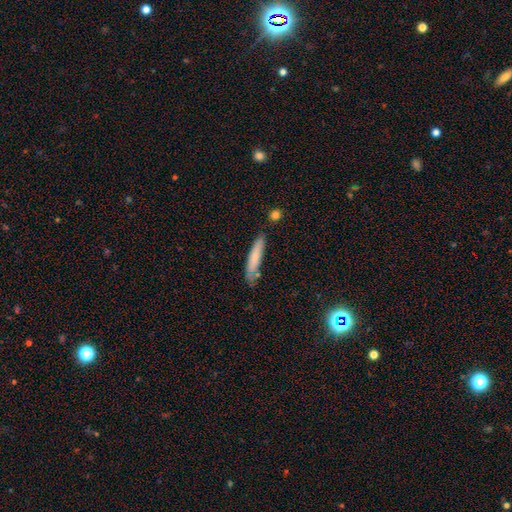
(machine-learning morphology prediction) The model was most divided on "merging": none: 70%, minor disturbance: 21%, merger: 5%, major disturbance: 4%. More confident: how rounded — cigar-shaped (87%); smooth or featured — smooth (74%).